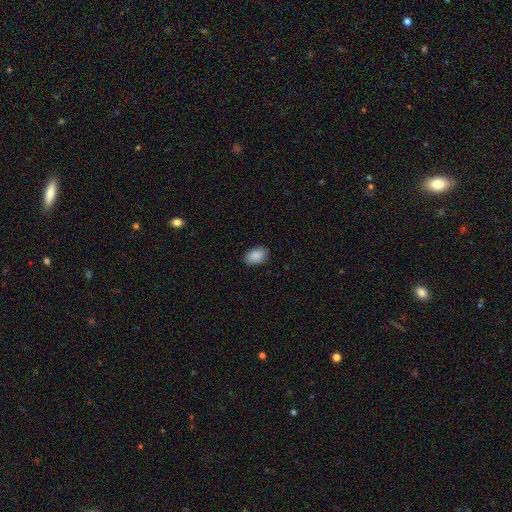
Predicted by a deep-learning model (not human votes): Smooth or featured? smooth (88%)
How rounded? in between (86%)
Merging? none (86%)